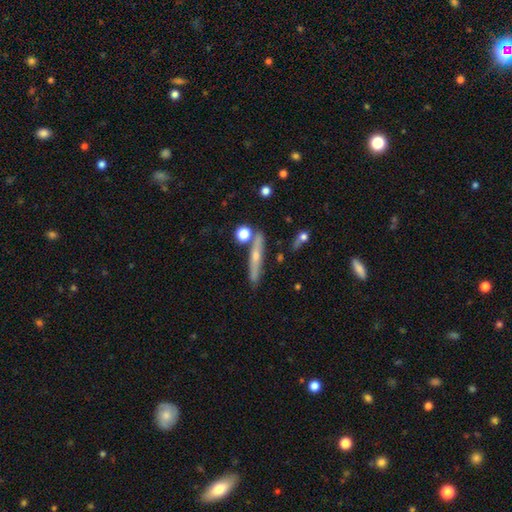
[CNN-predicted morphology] A featured or disk galaxy (58%) viewed edge-on (92%) with a rounded central bulge (76%). Merging: none (80%).